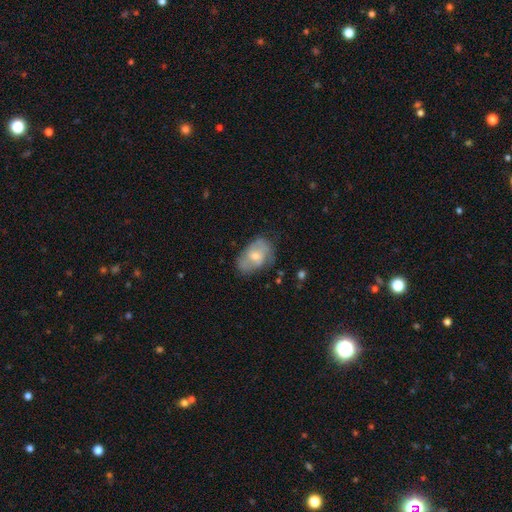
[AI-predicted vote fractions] Morphology: type=featured or disk (51%); edge-on=no (95%); merging=none (60%).